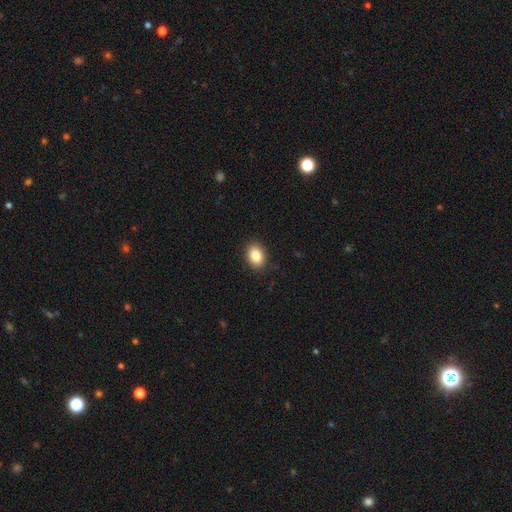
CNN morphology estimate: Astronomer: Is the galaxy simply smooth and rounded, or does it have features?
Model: smooth — 85%.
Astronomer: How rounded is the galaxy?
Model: in between — 70%.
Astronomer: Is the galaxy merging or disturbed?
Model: none — 89%.